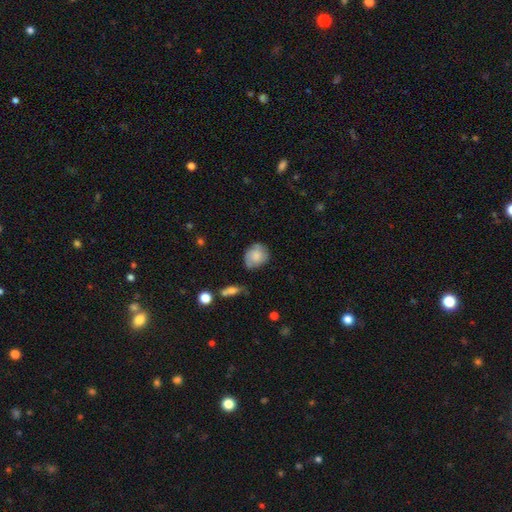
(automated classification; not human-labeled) Smooth or featured: smooth — 70% (featured or disk — 23%)
How rounded: round — 58% (in between — 41%)
Merging: none — 62% (minor disturbance — 27%)